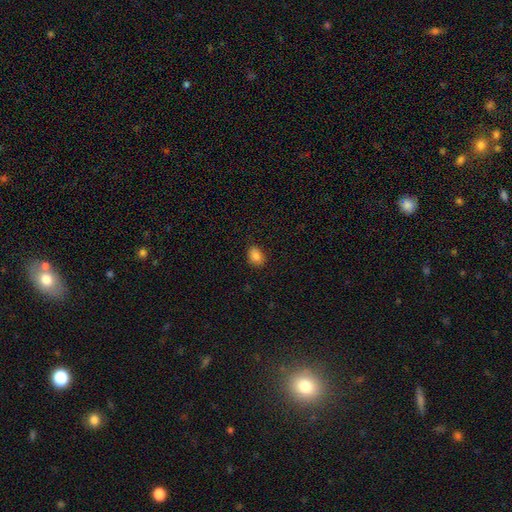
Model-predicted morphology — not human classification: Smooth or featured? smooth (86%)
How rounded? in between (75%)
Merging? none (87%)